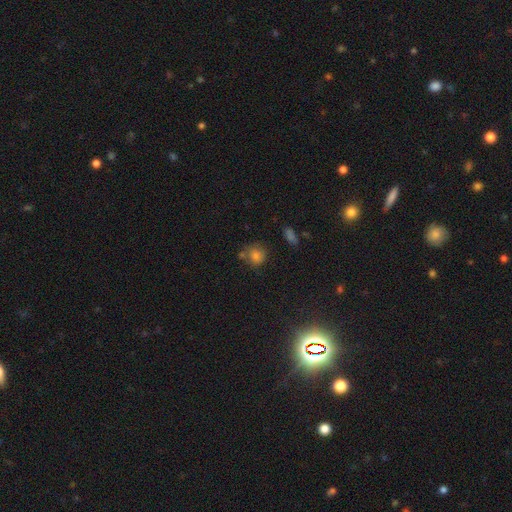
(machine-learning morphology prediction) smooth 76%, star or artifact 15%, featured or disk 9%. Down the decision tree: how rounded — round (83%); merging — none (67%).